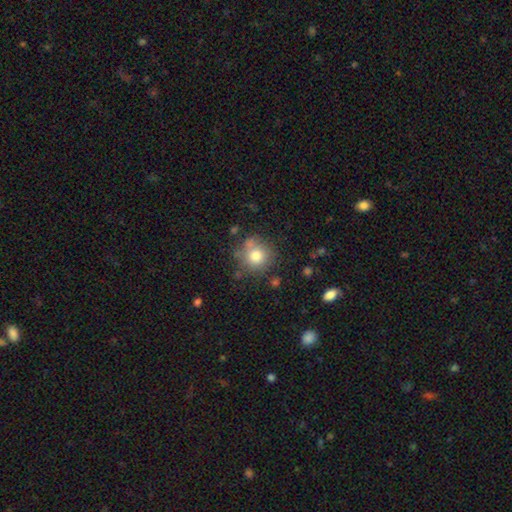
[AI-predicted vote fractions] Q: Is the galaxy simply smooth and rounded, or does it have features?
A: smooth — 77%.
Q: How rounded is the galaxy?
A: round — 91%.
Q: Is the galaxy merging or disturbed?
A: none — 72%.